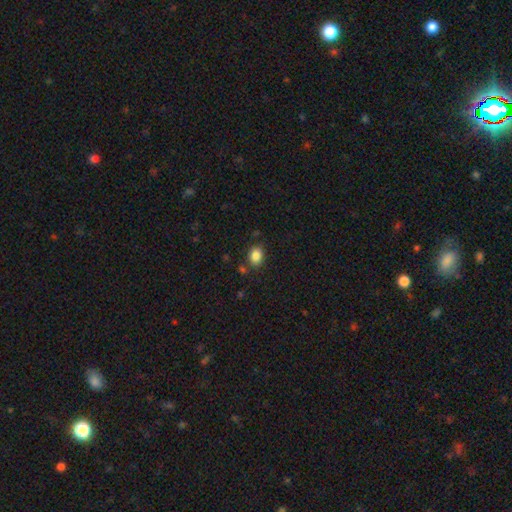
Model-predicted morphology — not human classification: Smooth or featured: smooth — 86% (star or artifact — 9%)
How rounded: in between — 71% (round — 28%)
Merging: none — 82% (minor disturbance — 11%)